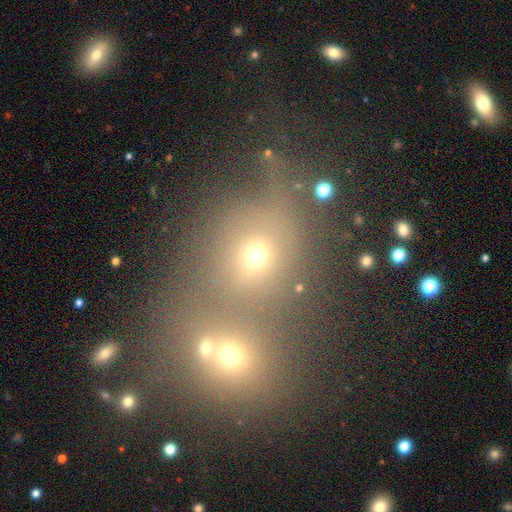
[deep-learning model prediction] Morphology: type=smooth (58%); roundness=round (69%); merging=merger (56%).